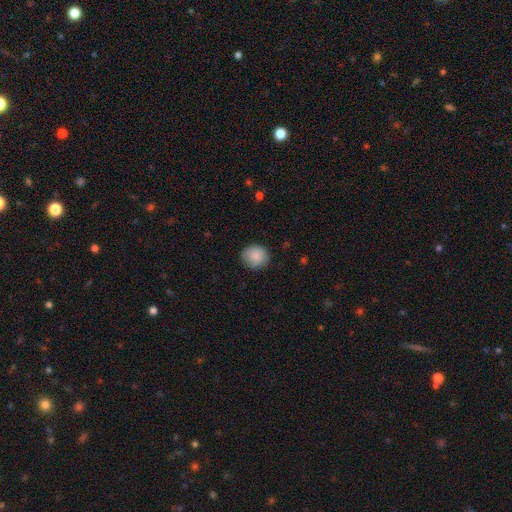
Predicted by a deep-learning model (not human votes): Q: Smooth or featured?
A: smooth (87%); runner-up: star or artifact (7%)
Q: How rounded?
A: round (85%); runner-up: in between (14%)
Q: Merging?
A: none (83%); runner-up: minor disturbance (13%)